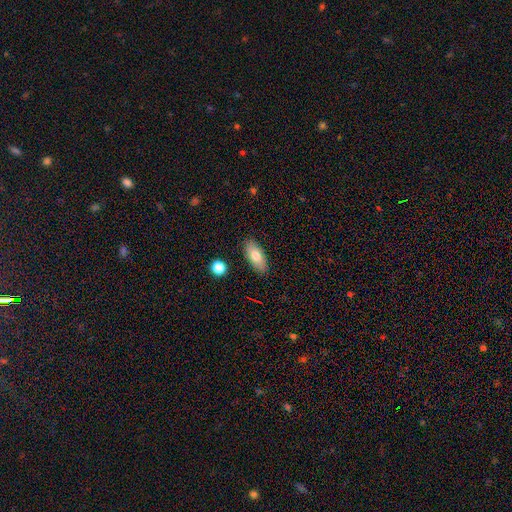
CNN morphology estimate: smooth-or-featured: smooth: 76% | featured or disk: 17% | star or artifact: 7%
  how-rounded: in between: 87% | cigar-shaped: 10% | round: 3%
  merging: none: 87% | minor disturbance: 10% | major disturbance: 2% | merger: 1%